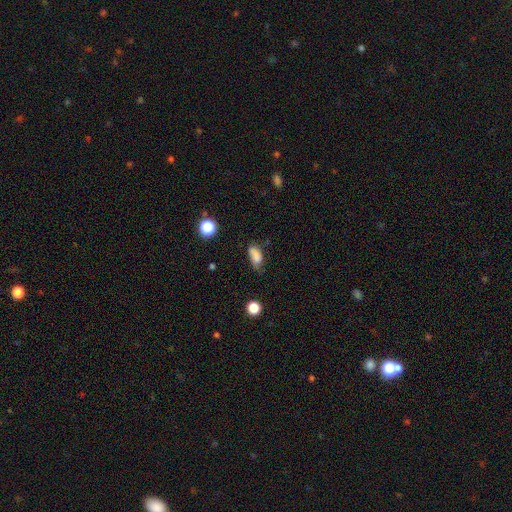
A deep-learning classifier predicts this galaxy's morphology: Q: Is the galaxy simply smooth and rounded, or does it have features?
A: smooth — 77%.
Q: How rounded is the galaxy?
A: in between — 83%.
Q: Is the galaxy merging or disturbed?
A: none — 46%.